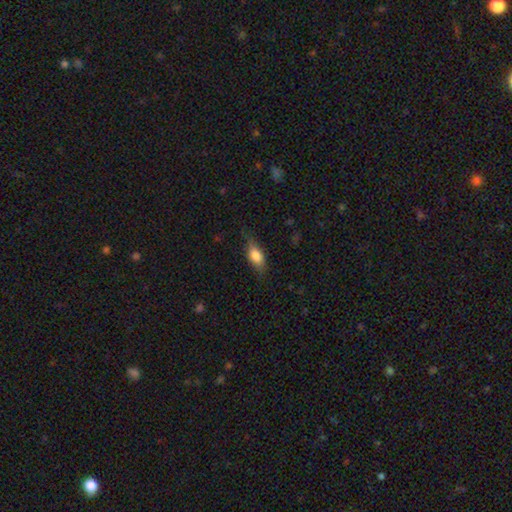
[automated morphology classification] Overall: smooth (73%). How rounded: in between (78%). Merging: none (70%).